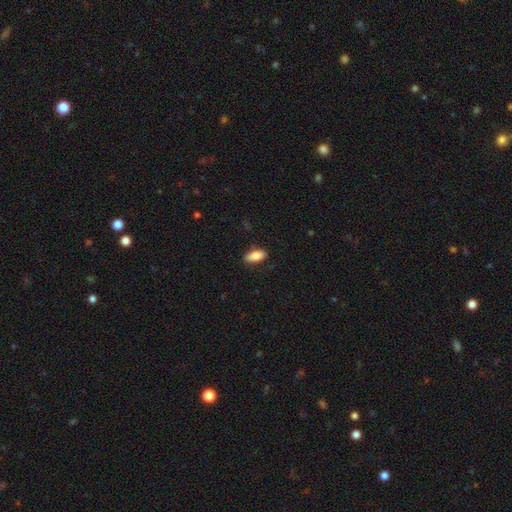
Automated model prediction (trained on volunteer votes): Q: Smooth or featured?
A: smooth (81%); runner-up: featured or disk (13%)
Q: How rounded?
A: in between (86%); runner-up: cigar-shaped (11%)
Q: Merging?
A: none (85%); runner-up: minor disturbance (11%)